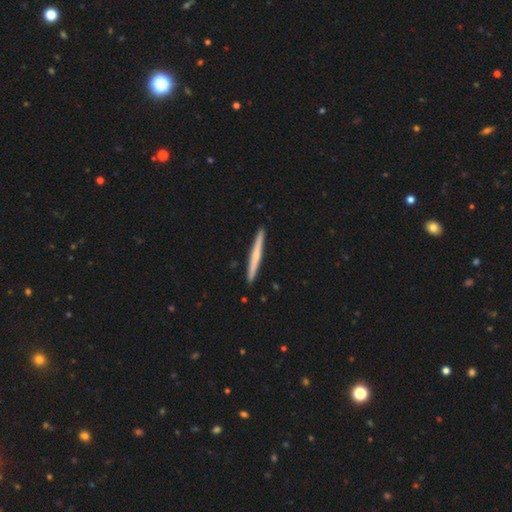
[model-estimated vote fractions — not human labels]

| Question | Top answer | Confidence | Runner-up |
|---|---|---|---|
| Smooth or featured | smooth | 48% | featured or disk (47%) |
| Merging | none | 92% | minor disturbance (5%) |